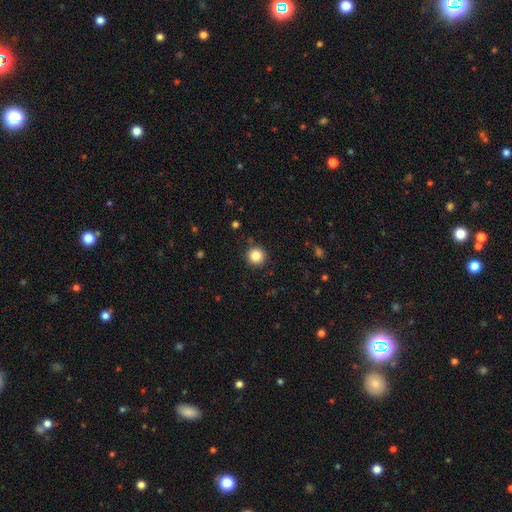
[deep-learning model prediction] This appears to be a smooth galaxy with no disk features (85%) that is round (96%). Merging: none (91%).